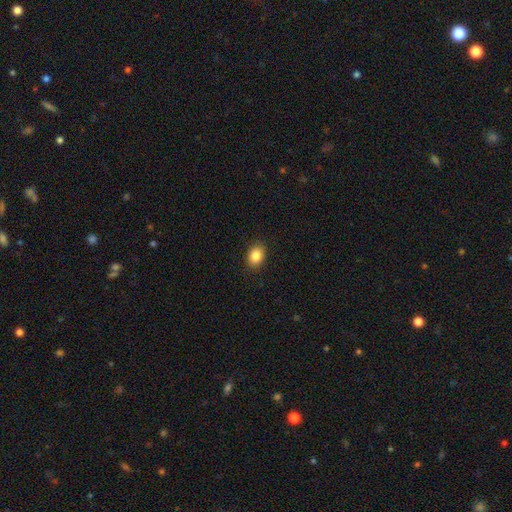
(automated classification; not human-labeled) Overall: smooth (86%). How rounded: in between (66%; round 33%). Merging: none (89%).